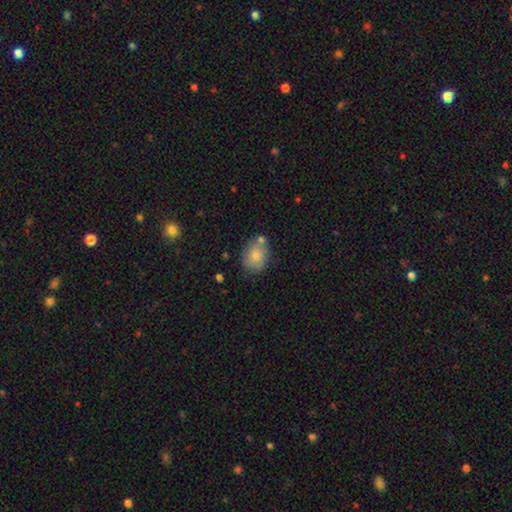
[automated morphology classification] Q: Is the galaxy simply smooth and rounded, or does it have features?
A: smooth — 77%.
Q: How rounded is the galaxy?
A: in between — 57%.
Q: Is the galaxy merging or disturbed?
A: none — 63%.